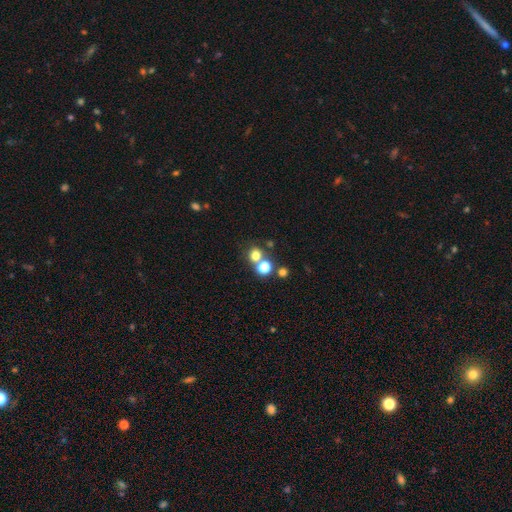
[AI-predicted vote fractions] The model was most divided on "merging": none: 58%, merger: 31%, minor disturbance: 7%, major disturbance: 4%. More confident: how rounded — round (84%); smooth or featured — smooth (73%).